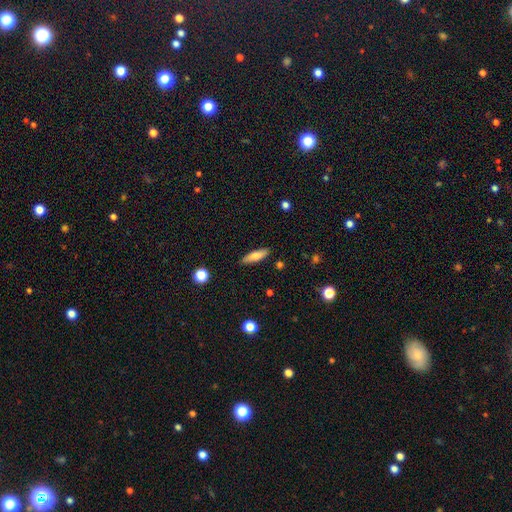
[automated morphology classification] A smooth galaxy with no disk features (75%) that is cigar-shaped (55%).

Vote fractions:
- Smooth or featured? smooth: 75% / featured or disk: 18% / star or artifact: 7%
- How rounded? cigar-shaped: 55% / in between: 42% / round: 2%
- Merging? none: 86% / minor disturbance: 10% / major disturbance: 2% / merger: 1%